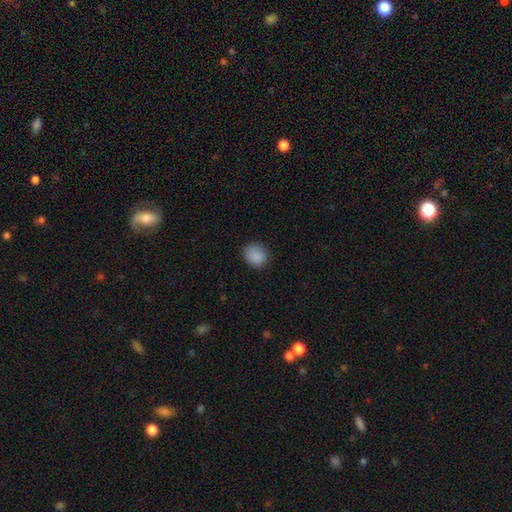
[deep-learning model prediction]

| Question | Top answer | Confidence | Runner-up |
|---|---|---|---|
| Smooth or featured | smooth | 87% | star or artifact (9%) |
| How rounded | round | 74% | in between (25%) |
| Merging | none | 82% | minor disturbance (14%) |